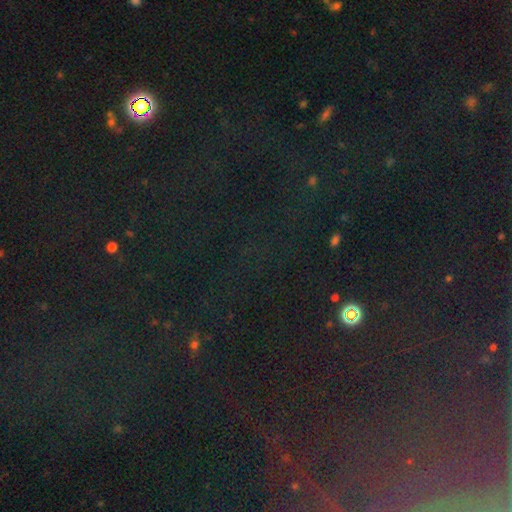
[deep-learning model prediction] Smooth or featured? Predicted: star or artifact (p=0.80).